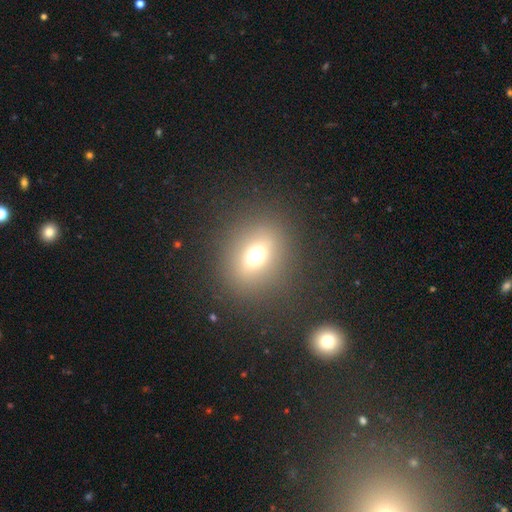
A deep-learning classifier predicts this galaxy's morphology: Smooth or featured?
  - smooth: 62% *
  - star or artifact: 24%
  - featured or disk: 14%
How rounded?
  - round: 65% *
  - in between: 33%
  - cigar-shaped: 2%
Merging?
  - none: 84% *
  - minor disturbance: 8%
  - major disturbance: 6%
  - merger: 2%